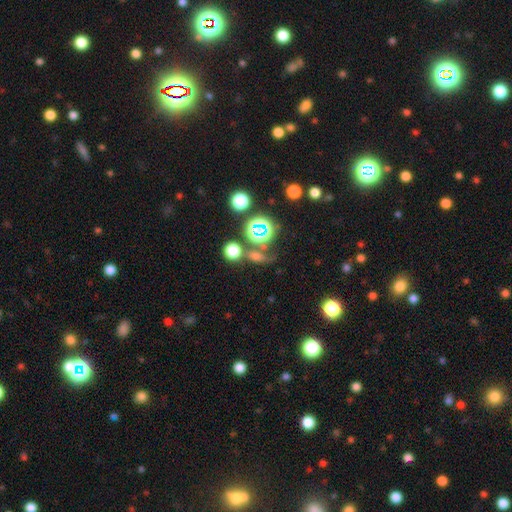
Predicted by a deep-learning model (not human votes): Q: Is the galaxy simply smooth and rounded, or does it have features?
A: smooth — 48%.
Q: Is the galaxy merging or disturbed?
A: none — 61%.